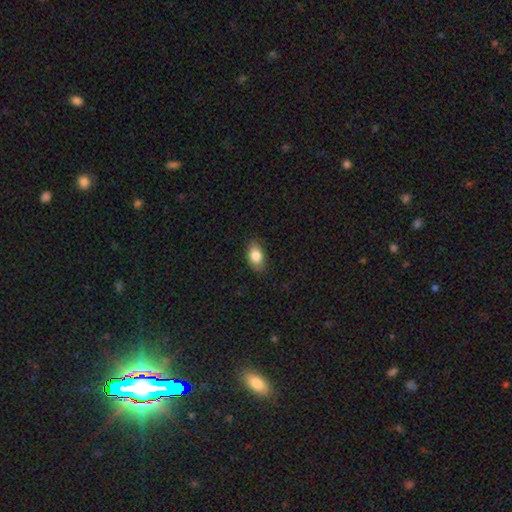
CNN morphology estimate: Overall: smooth (83%). How rounded: in between (89%). Merging: none (83%).